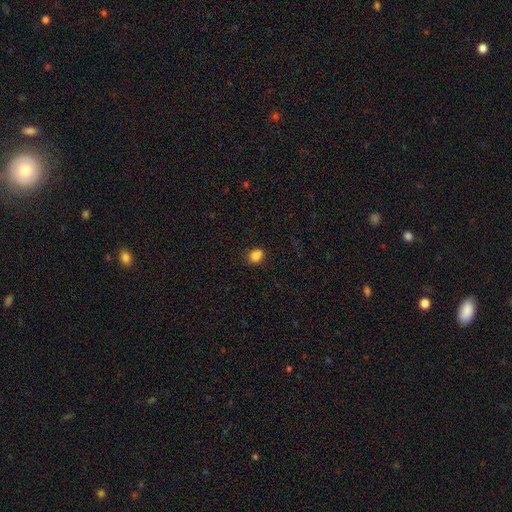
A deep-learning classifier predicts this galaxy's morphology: A smooth galaxy with no disk features (83%) that is round (64%).

Vote fractions:
- Smooth or featured? smooth: 83% / star or artifact: 12% / featured or disk: 6%
- How rounded? round: 64% / in between: 35% / cigar-shaped: 1%
- Merging? none: 78% / minor disturbance: 15% / merger: 3% / major disturbance: 3%